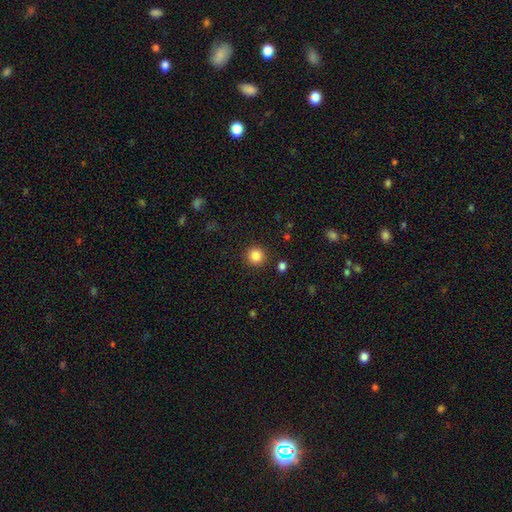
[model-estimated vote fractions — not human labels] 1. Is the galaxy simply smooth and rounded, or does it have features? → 85% smooth, 11% star or artifact, 4% featured or disk.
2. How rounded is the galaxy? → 94% round, 5% in between, 1% cigar-shaped.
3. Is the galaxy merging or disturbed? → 90% none, 5% minor disturbance, 2% major disturbance, 2% merger.